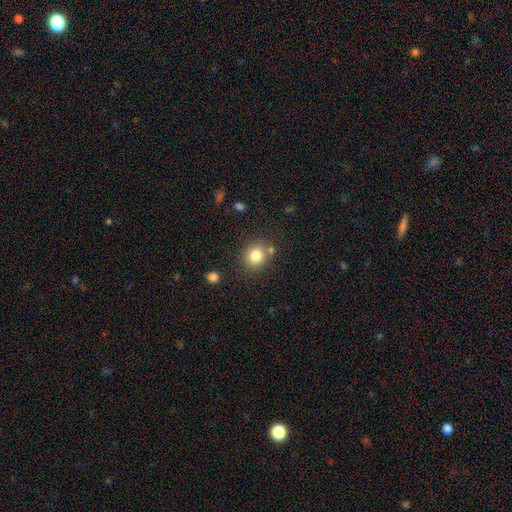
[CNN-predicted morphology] This is clearly a smooth galaxy (81%). How rounded: clearly round (81%). Merging: likely none (78%).